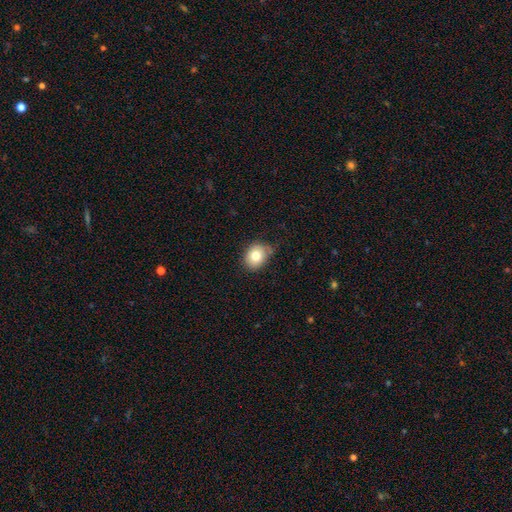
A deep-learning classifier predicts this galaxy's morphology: This is likely a smooth galaxy (77%). How rounded: possibly round (59%). Merging: likely none (73%).